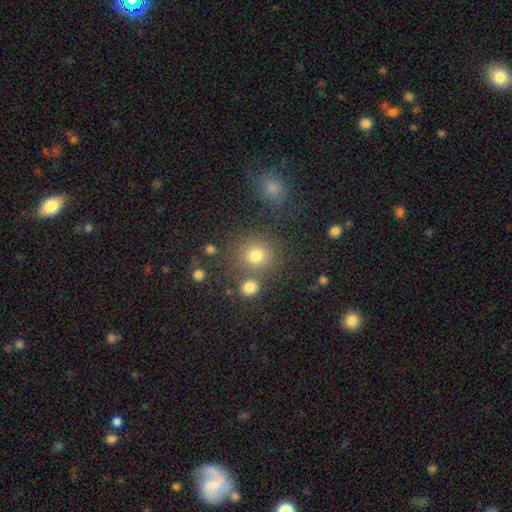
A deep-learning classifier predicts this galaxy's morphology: smooth_or_featured: smooth (p=0.76) [alt: star or artifact p=0.16]
how_rounded: round (p=0.88) [alt: in between p=0.11]
merging: none (p=0.72) [alt: merger p=0.15]